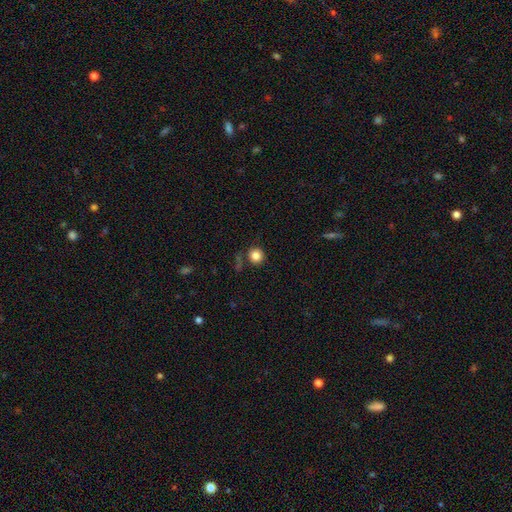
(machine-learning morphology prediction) smooth 84%, star or artifact 11%, featured or disk 5%. Down the decision tree: how rounded — round (92%); merging — none (81%).